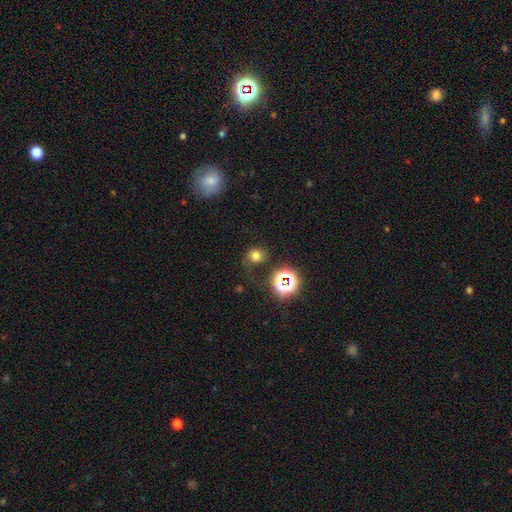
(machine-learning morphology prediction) type=smooth (68%); roundness=round (74%); merging=none (64%).